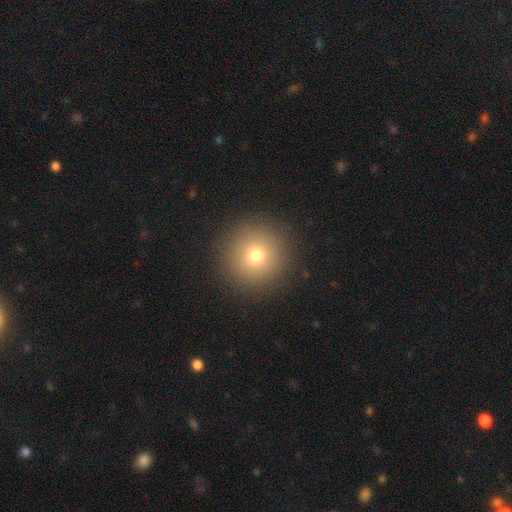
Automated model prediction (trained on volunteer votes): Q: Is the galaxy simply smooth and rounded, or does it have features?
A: smooth — 74%.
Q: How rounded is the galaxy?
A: round — 96%.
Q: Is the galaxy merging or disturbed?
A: none — 92%.